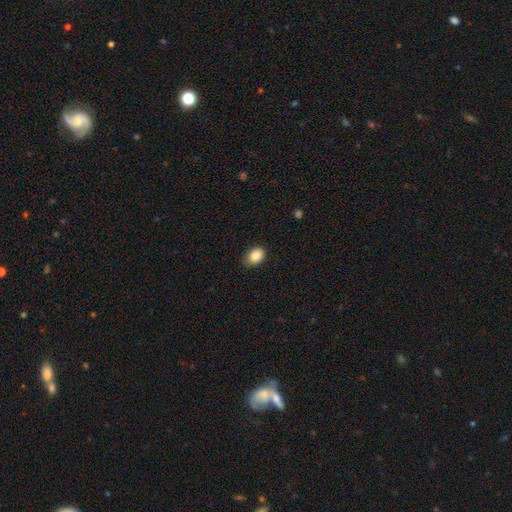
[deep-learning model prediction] smooth_or_featured: smooth (p=0.88) [alt: star or artifact p=0.08]
how_rounded: in between (p=0.78) [alt: round p=0.21]
merging: none (p=0.81) [alt: minor disturbance p=0.16]